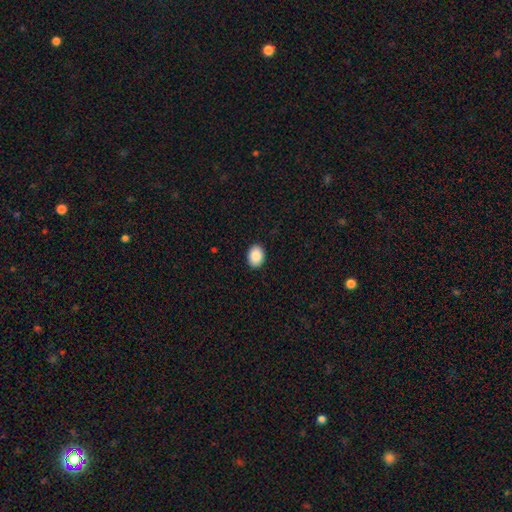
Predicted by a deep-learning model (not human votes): Smooth or featured? Predicted: smooth (p=0.89). How rounded? Predicted: in between (p=0.73). Merging? Predicted: none (p=0.91).